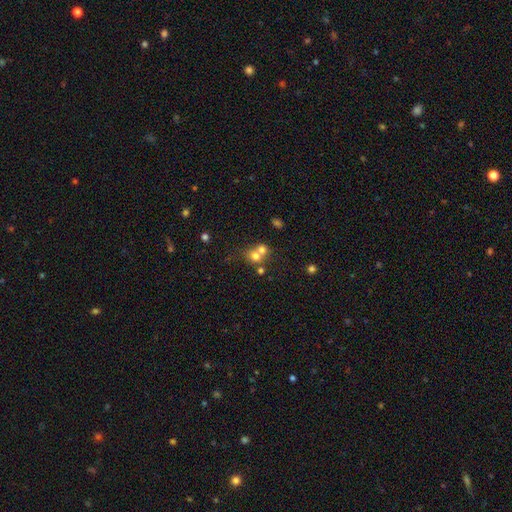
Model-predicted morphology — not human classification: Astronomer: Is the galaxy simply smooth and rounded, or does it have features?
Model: smooth — 68%.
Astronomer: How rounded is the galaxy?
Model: round — 76%.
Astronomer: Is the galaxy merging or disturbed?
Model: merger — 58%.